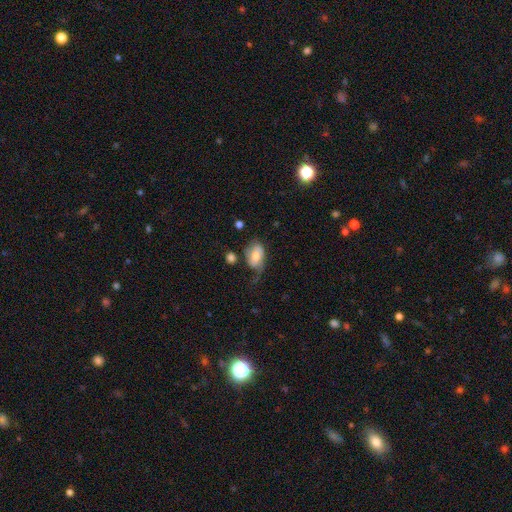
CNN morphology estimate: type=smooth (54%); roundness=in between (87%); merging=none (32%, tied with major disturbance).